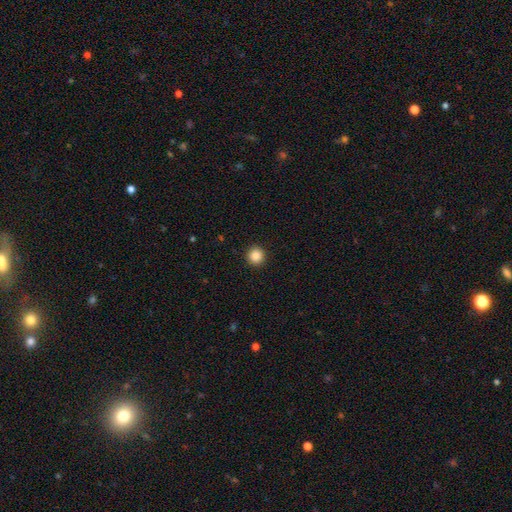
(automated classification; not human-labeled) smooth_or_featured: smooth (p=0.88) [alt: star or artifact p=0.10]
how_rounded: round (p=0.94) [alt: in between p=0.05]
merging: none (p=0.93) [alt: minor disturbance p=0.04]